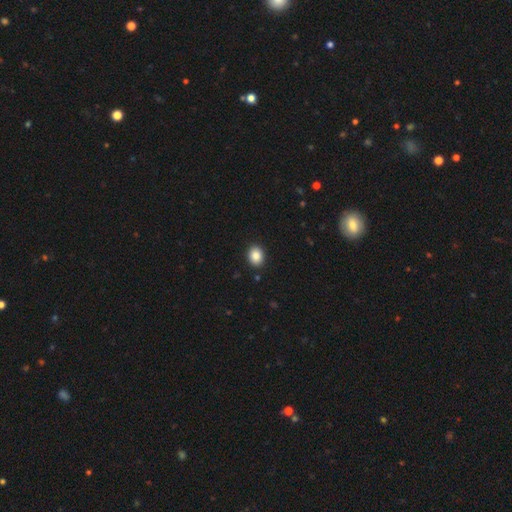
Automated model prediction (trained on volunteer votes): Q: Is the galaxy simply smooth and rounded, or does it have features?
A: smooth — 87%.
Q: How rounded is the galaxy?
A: in between — 50%.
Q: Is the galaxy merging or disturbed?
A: none — 91%.